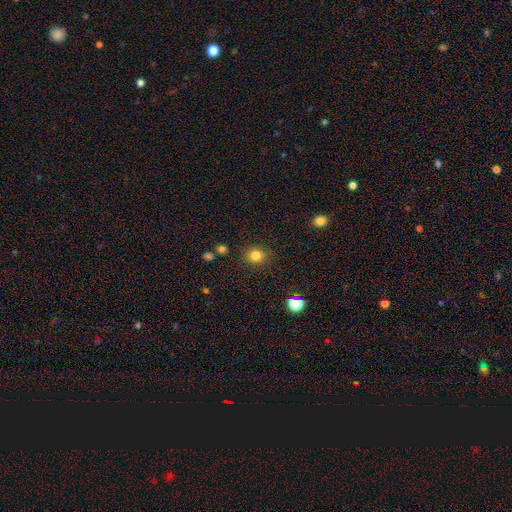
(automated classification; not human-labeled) Q: Smooth or featured?
A: smooth (82%); runner-up: star or artifact (13%)
Q: How rounded?
A: round (79%); runner-up: in between (20%)
Q: Merging?
A: none (88%); runner-up: minor disturbance (8%)